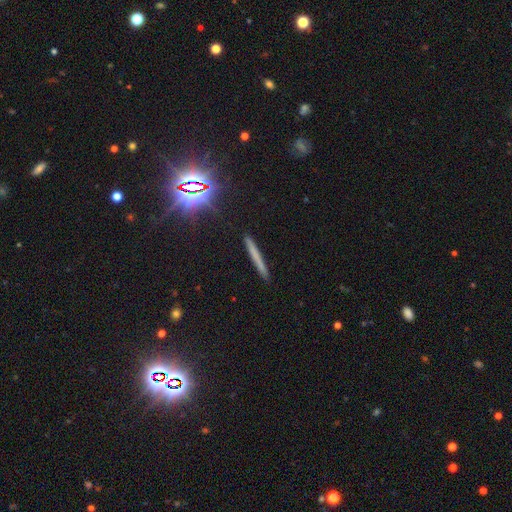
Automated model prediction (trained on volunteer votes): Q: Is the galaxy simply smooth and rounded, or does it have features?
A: smooth — 55%.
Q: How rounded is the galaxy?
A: cigar-shaped — 95%.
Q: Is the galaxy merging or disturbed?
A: none — 90%.